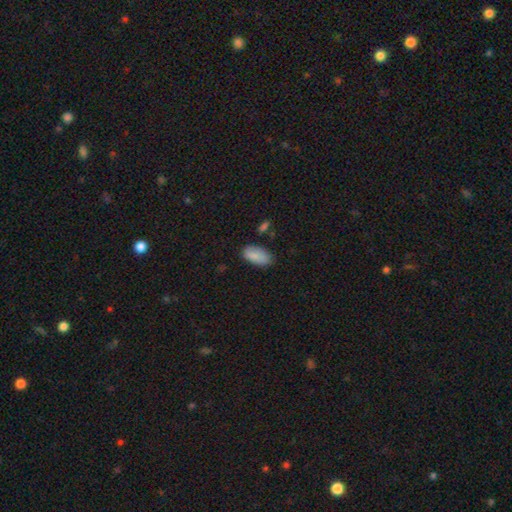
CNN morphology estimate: The model was most divided on "merging": none: 73%, minor disturbance: 20%, major disturbance: 4%, merger: 3%. More confident: how rounded — in between (93%); smooth or featured — smooth (85%).